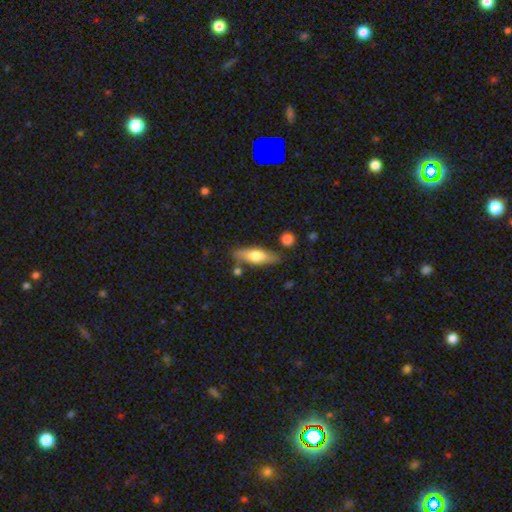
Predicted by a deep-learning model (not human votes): Smooth or featured? Predicted: smooth (p=0.60). How rounded? Predicted: cigar-shaped (p=0.53). Merging? Predicted: none (p=0.78).